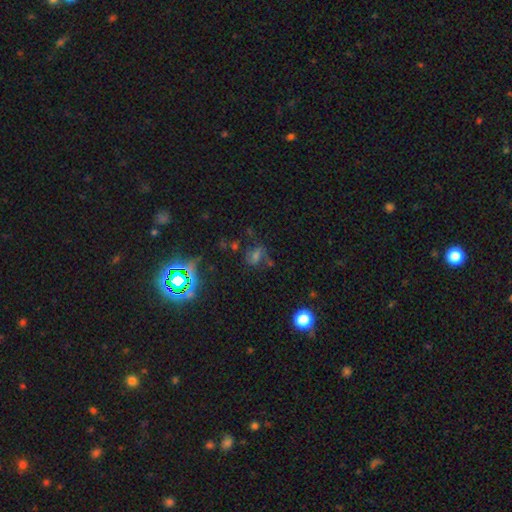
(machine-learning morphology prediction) type=star or artifact (41%).